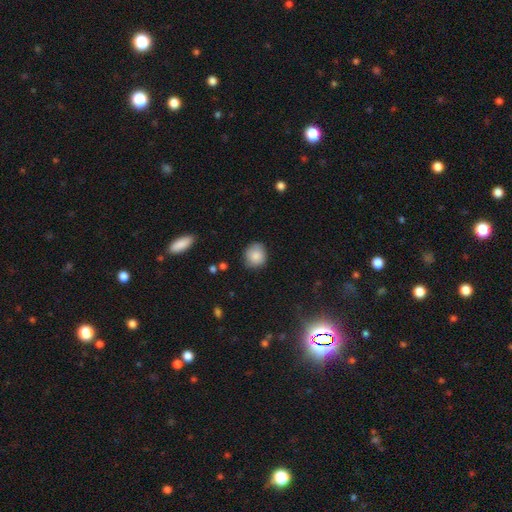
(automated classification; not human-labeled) smooth 86%, star or artifact 8%, featured or disk 7%. Down the decision tree: how rounded — round (83%); merging — none (79%).